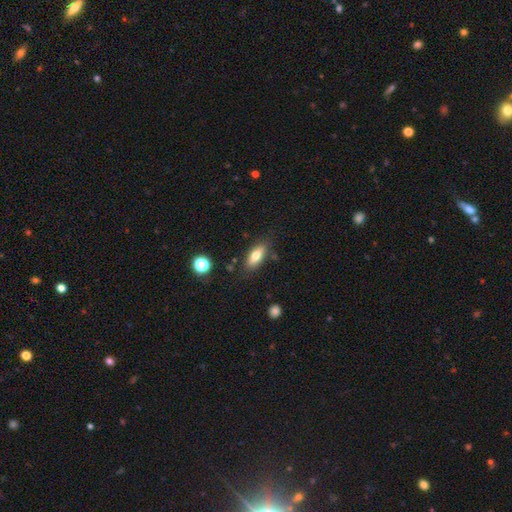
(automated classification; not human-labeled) Smooth or featured? smooth (73%)
How rounded? in between (72%)
Merging? none (80%)